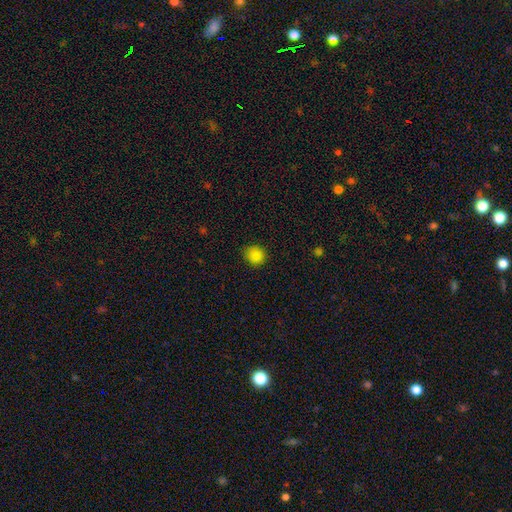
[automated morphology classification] Smooth or featured?
  - smooth: 85% *
  - star or artifact: 12%
  - featured or disk: 3%
How rounded?
  - round: 85% *
  - in between: 14%
  - cigar-shaped: 1%
Merging?
  - none: 85% *
  - minor disturbance: 11%
  - major disturbance: 3%
  - merger: 1%